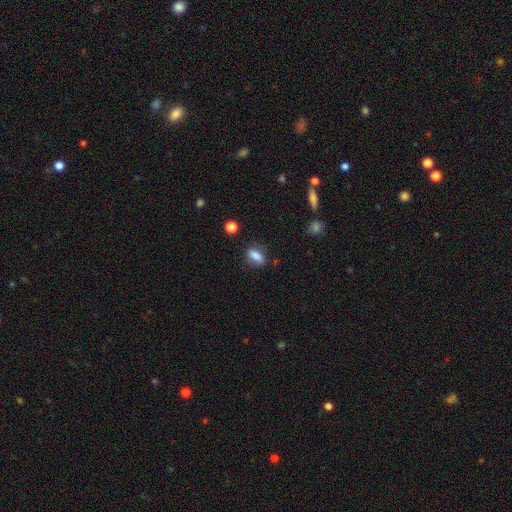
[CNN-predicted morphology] This appears to be a smooth galaxy with no disk features (81%) that is in between round and cigar-shaped (62%). Merging: none (80%).